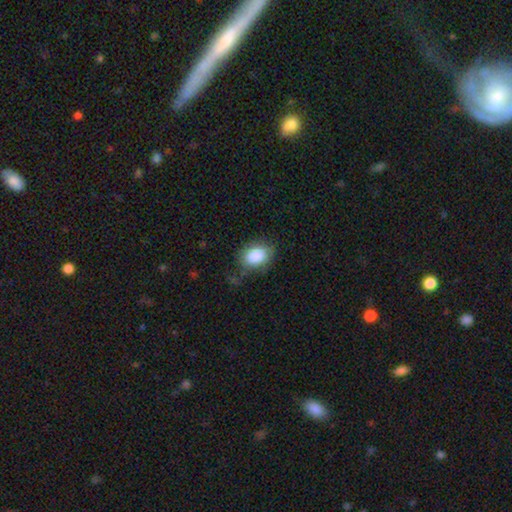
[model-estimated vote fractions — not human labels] Smooth or featured? smooth (87%)
How rounded? in between (78%)
Merging? none (71%)